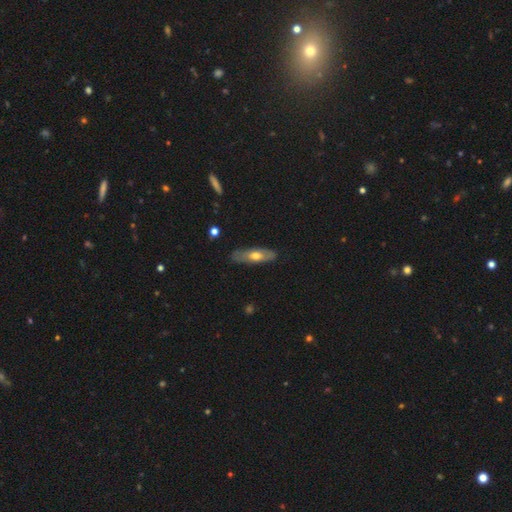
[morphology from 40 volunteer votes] Q: Smooth or featured?
A: smooth (48%); runner-up: featured or disk (45%)
Q: How rounded?
A: in between (53%); runner-up: cigar-shaped (32%)
Q: Merging?
A: none (81%); runner-up: minor disturbance (11%)